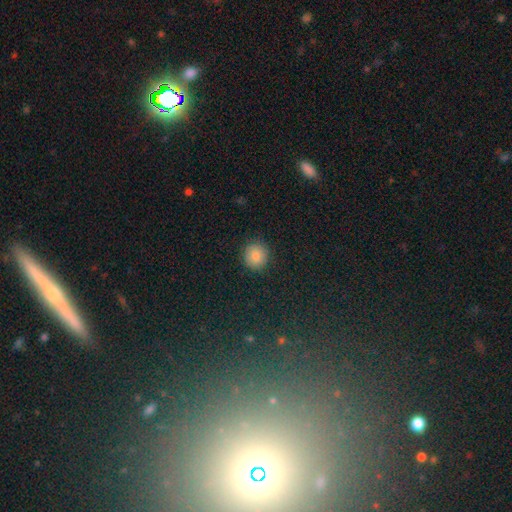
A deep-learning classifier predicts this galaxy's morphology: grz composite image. It shows a smooth galaxy with no disk features (85%) that is round (93%). Merging: none (90%).